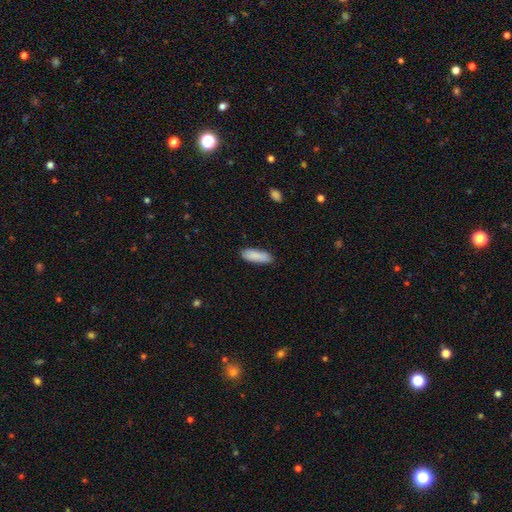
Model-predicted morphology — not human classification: A smooth galaxy with no disk features (89%) that is in between round and cigar-shaped (66%).

Vote fractions:
- Smooth or featured? smooth: 89% / star or artifact: 6% / featured or disk: 5%
- How rounded? in between: 66% / cigar-shaped: 32% / round: 2%
- Merging? none: 85% / minor disturbance: 12% / major disturbance: 2% / merger: 1%